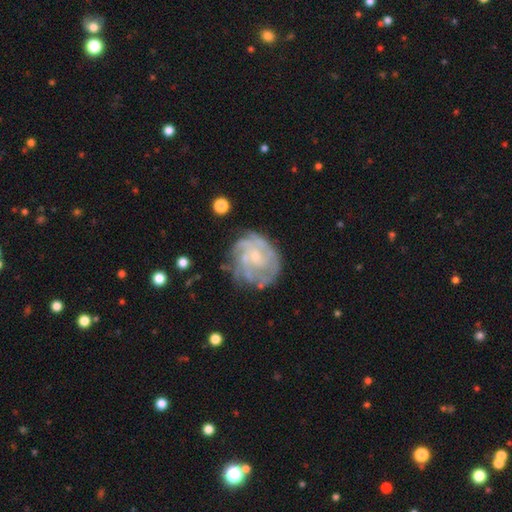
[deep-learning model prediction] Smooth or featured?
  - featured or disk: 80% *
  - smooth: 13%
  - star or artifact: 7%
Edge-on disk?
  - no: 98% *
  - yes: 2%
Bar?
  - no: 74% *
  - weak: 23%
  - strong: 4%
Spiral arms?
  - yes: 87% *
  - no: 13%
Spiral winding?
  - tight: 62% *
  - medium: 29%
  - loose: 9%
Spiral arm count?
  - can't tell: 42% *
  - 3: 18%
  - 4: 15%
  - 2: 12%
  - more than 4: 7%
  - 1: 6%
Bulge size?
  - small: 72% *
  - moderate: 22%
  - none: 4%
  - large: 1%
  - dominant: 1%
Merging?
  - none: 67% *
  - minor disturbance: 20%
  - major disturbance: 10%
  - merger: 2%